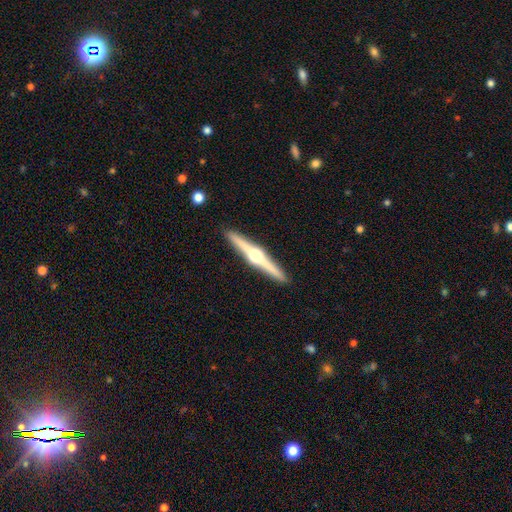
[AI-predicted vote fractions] A featured or disk galaxy (84%) viewed edge-on (99%) with a rounded central bulge (96%).

Vote fractions:
- Smooth or featured? featured or disk: 84% / smooth: 12% / star or artifact: 4%
- Edge-on disk? yes: 99% / no: 1%
- Edge-on bulge? rounded: 96% / boxy: 3% / none: 2%
- Merging? none: 93% / minor disturbance: 5% / major disturbance: 1% / merger: 1%